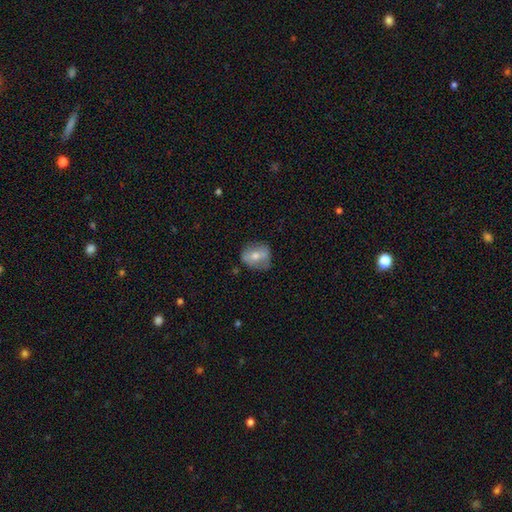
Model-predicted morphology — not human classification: A smooth galaxy with no disk features (56%) that is round (56%). Merging: none (68%).